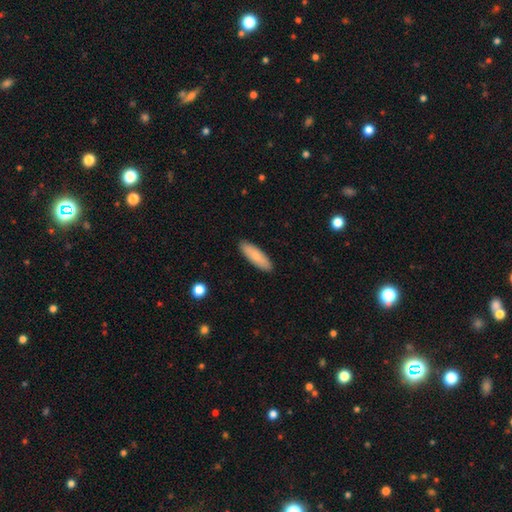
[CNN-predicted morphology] Smooth or featured? Predicted: smooth (p=0.80). How rounded? Predicted: cigar-shaped (p=0.49, tied with in between). Merging? Predicted: none (p=0.90).